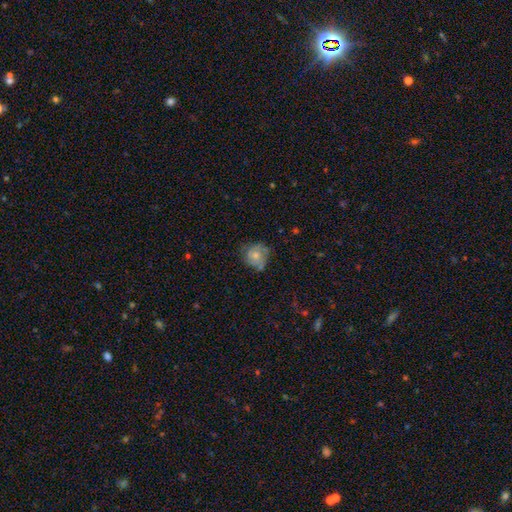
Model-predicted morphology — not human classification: Smooth or featured?
  - smooth: 61% *
  - featured or disk: 31%
  - star or artifact: 9%
How rounded?
  - round: 77% *
  - in between: 22%
  - cigar-shaped: 1%
Merging?
  - none: 54% *
  - minor disturbance: 30%
  - major disturbance: 12%
  - merger: 4%